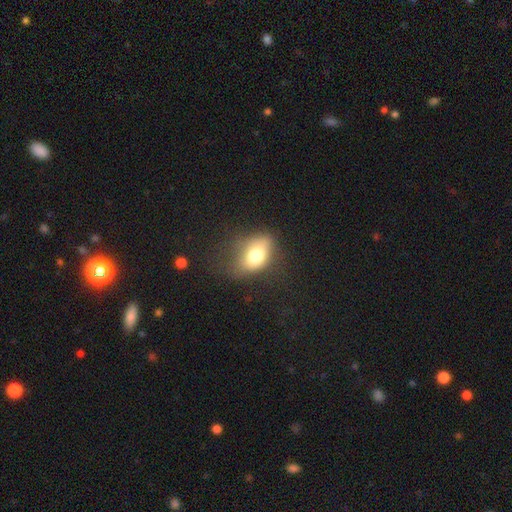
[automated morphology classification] smooth 72%, featured or disk 17%, star or artifact 10%. Down the decision tree: how rounded — in between (79%); merging — none (52%).